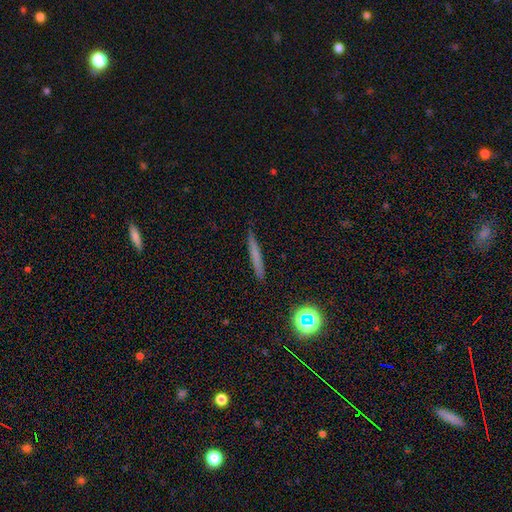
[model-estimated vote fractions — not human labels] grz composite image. It shows a smooth galaxy with no disk features (61%) that is cigar-shaped (95%). Merging: none (89%).